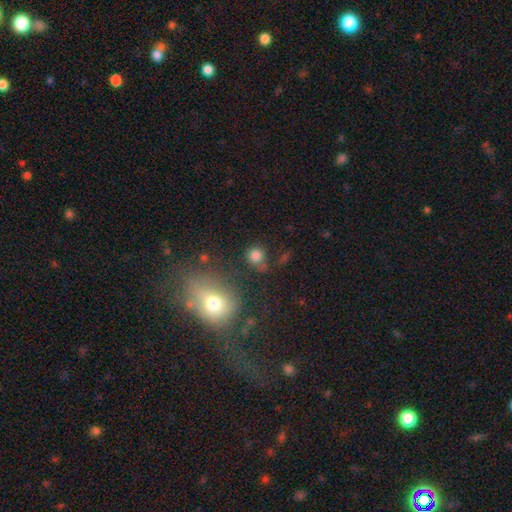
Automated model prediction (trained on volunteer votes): The model was most divided on "merging": none: 66%, minor disturbance: 16%, merger: 10%, major disturbance: 8%. More confident: how rounded — round (84%); smooth or featured — smooth (79%).